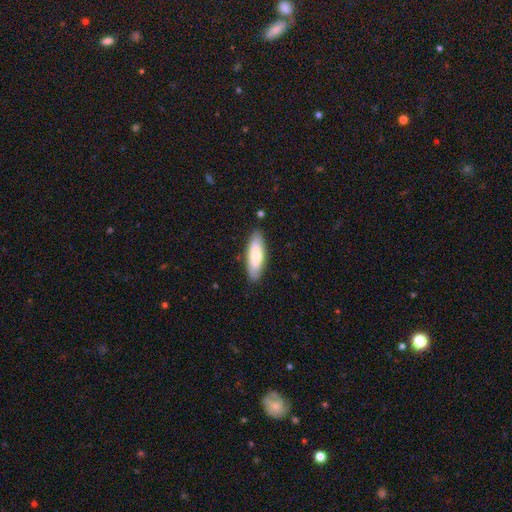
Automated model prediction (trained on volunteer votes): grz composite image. It shows a smooth galaxy with no disk features (73%) that is in between round and cigar-shaped (53%). Merging: none (86%).